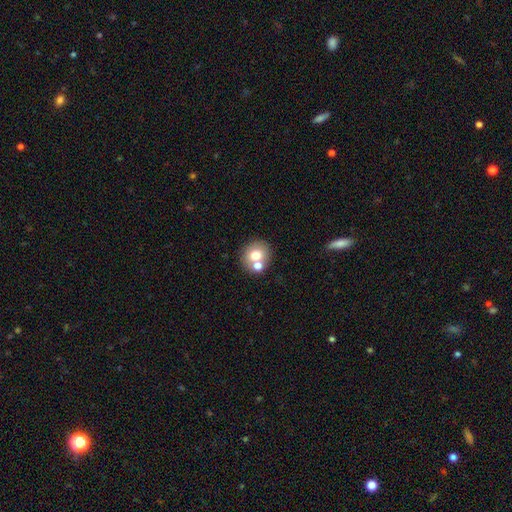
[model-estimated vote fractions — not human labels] This appears to be a smooth galaxy with no disk features (71%) that is round (83%). Merging: none (62%).